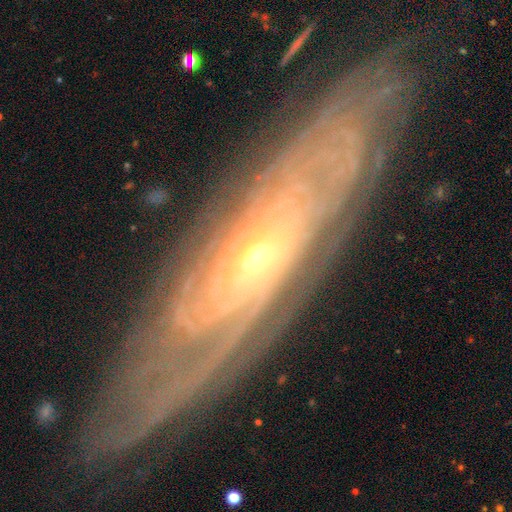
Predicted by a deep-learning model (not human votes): This is clearly a featured or disk galaxy (82%). It is likely not viewed edge-on (69%). Bar: likely no (71%). Spiral arm pattern: clearly yes (91%). Spiral arm count: possibly can't tell (57%). Spiral winding: clearly tight (80%). Central bulge: likely small (71%). Merging: clearly none (84%).